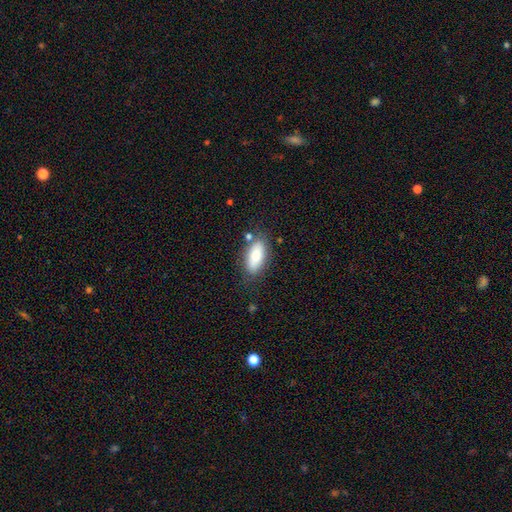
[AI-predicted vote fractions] smooth-or-featured: smooth: 81% | featured or disk: 12% | star or artifact: 7%
  how-rounded: in between: 84% | cigar-shaped: 14% | round: 2%
  merging: none: 75% | minor disturbance: 15% | merger: 5% | major disturbance: 4%